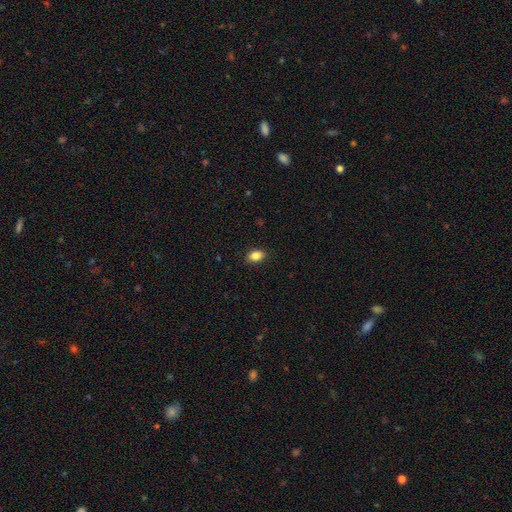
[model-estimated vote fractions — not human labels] This is clearly a smooth galaxy (86%). How rounded: clearly in between (82%). Merging: clearly none (88%).